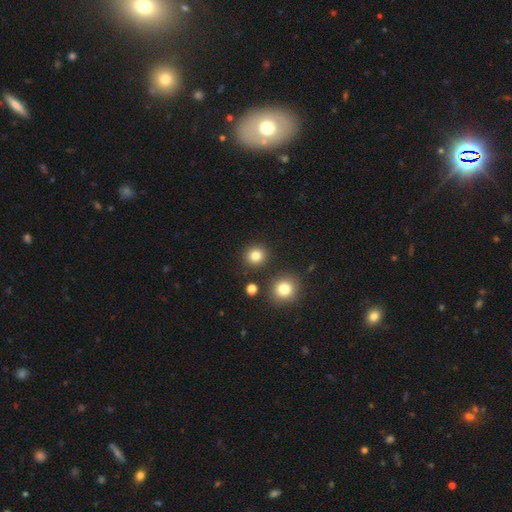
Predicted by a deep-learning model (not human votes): Morphology: type=smooth (82%); roundness=round (89%); merging=none (88%).